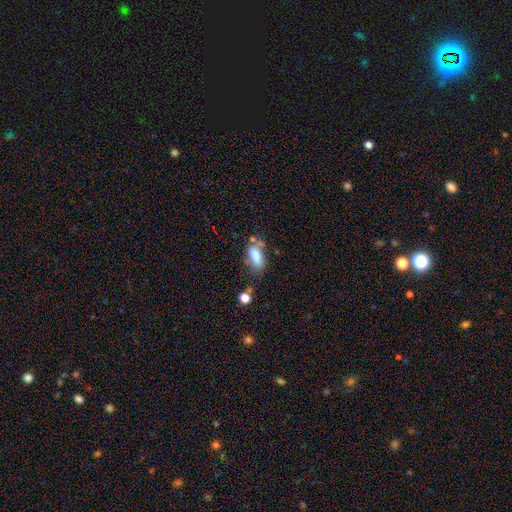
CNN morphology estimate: This appears to be a smooth galaxy with no disk features (76%) that is in between round and cigar-shaped (85%). Merging: none (43%).